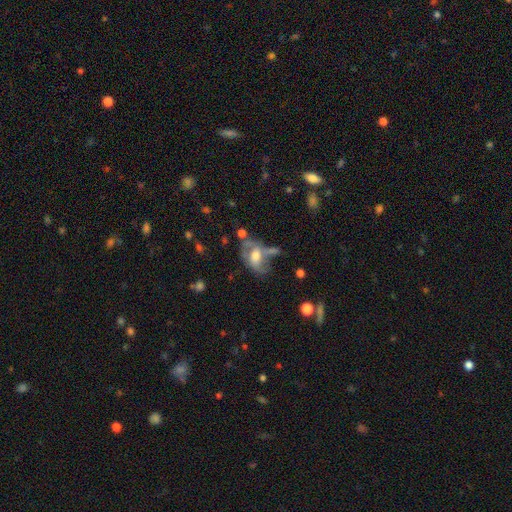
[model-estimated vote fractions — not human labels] Q: Smooth or featured?
A: featured or disk (57%); runner-up: smooth (34%)
Q: Edge-on disk?
A: no (94%); runner-up: yes (6%)
Q: Bar?
A: no (53%); runner-up: weak (34%)
Q: Spiral arms?
A: yes (55%); runner-up: no (45%)
Q: Bulge size?
A: moderate (60%); runner-up: large (18%)
Q: Merging?
A: major disturbance (30%); runner-up: none (28%)